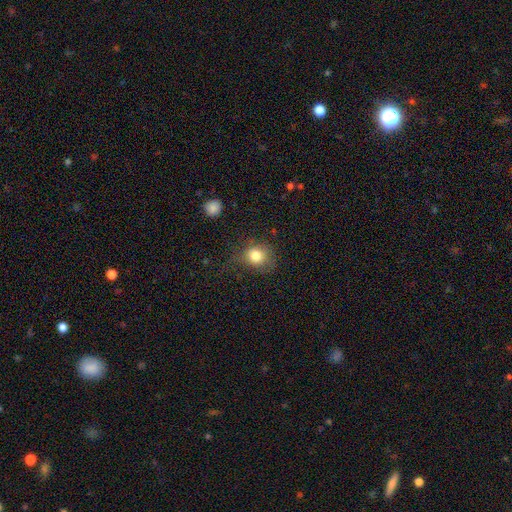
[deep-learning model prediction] Smooth or featured? smooth (80%)
How rounded? round (76%)
Merging? none (61%)